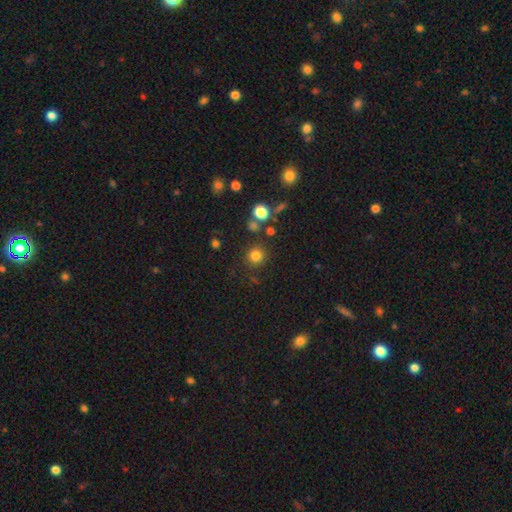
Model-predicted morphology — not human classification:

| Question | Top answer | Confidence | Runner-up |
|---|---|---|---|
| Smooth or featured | smooth | 80% | star or artifact (15%) |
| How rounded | round | 92% | in between (7%) |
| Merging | none | 84% | minor disturbance (8%) |